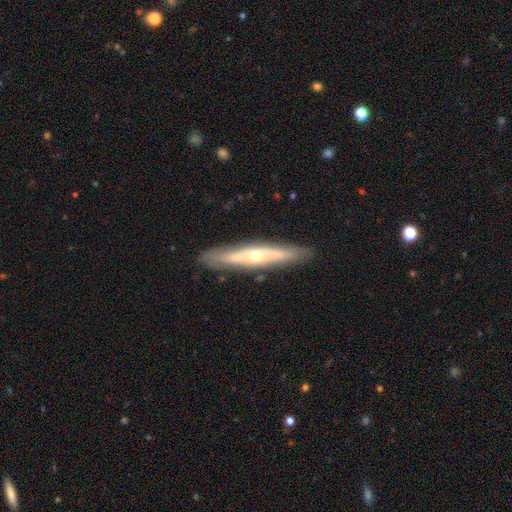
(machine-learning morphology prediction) A featured or disk galaxy (66%) viewed edge-on (77%) with a rounded central bulge (79%). Merging: none (87%).